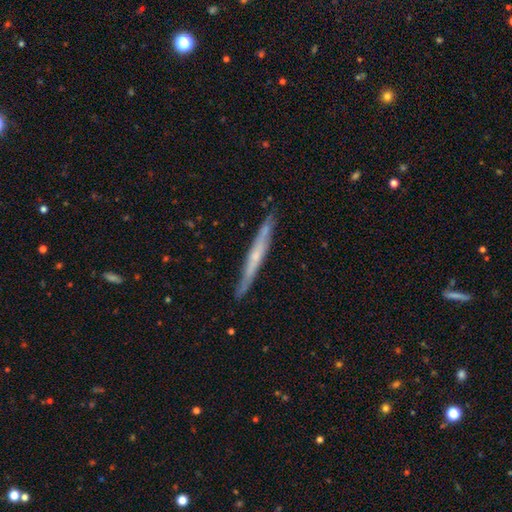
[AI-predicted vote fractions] Smooth or featured? Predicted: featured or disk (p=0.61). Edge-on disk? Predicted: yes (p=0.95). Edge-on bulge? Predicted: none (p=0.62). Merging? Predicted: none (p=0.87).